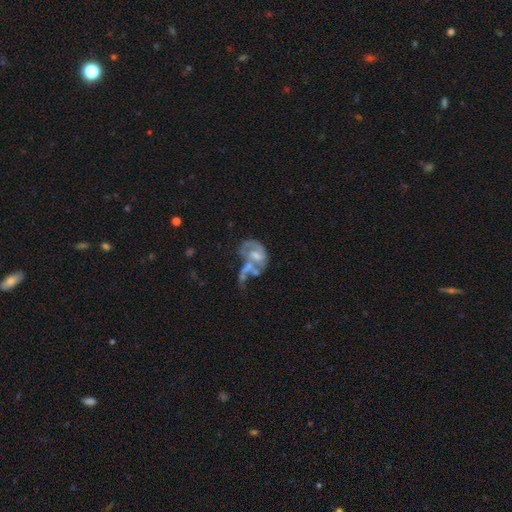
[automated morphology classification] Smooth or featured? featured or disk (68%)
Edge-on disk? no (97%)
Bar? no (61%)
Spiral arms? yes (54%)
Bulge size? moderate (43%)
Merging? merger (40%)